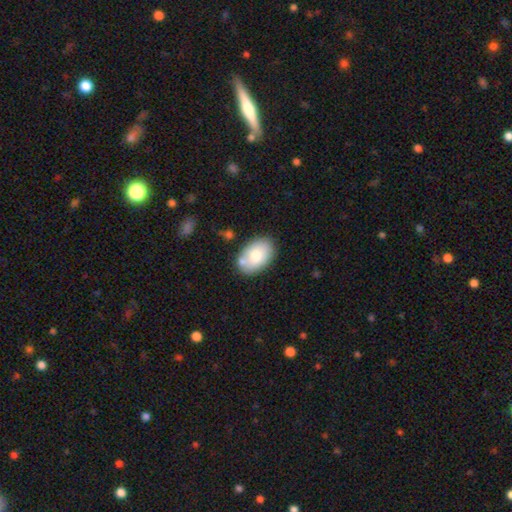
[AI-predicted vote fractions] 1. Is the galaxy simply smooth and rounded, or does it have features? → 72% smooth, 21% featured or disk, 7% star or artifact.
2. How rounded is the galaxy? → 86% in between, 13% round, 1% cigar-shaped.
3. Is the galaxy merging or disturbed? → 73% none, 14% minor disturbance, 10% merger, 3% major disturbance.